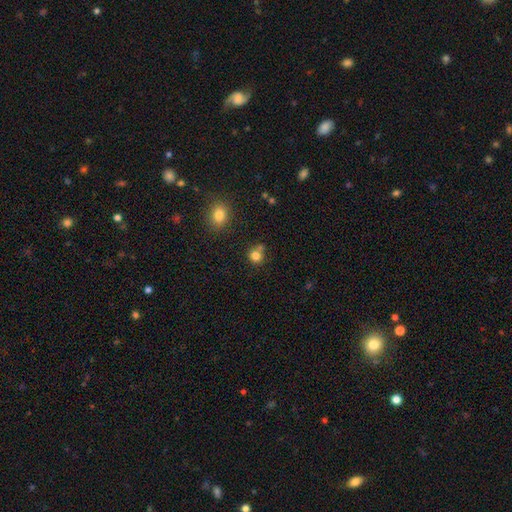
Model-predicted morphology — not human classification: A smooth galaxy with no disk features (80%) that is round (85%). Merging: none (62%).